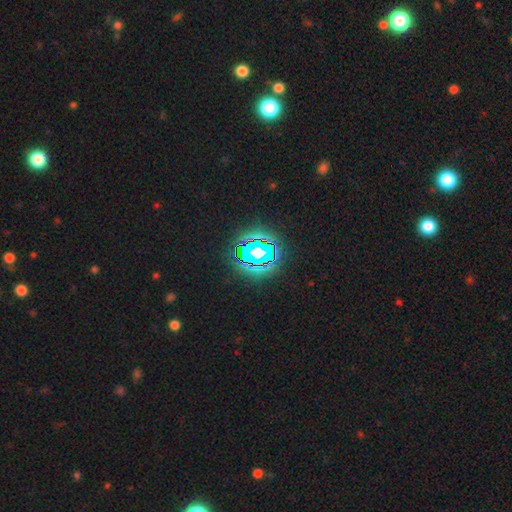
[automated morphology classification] type=star or artifact (80%).